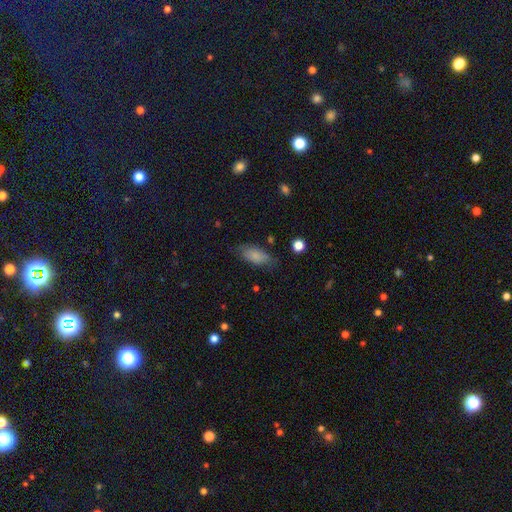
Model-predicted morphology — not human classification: Smooth or featured? Predicted: smooth (p=0.83). How rounded? Predicted: in between (p=0.85). Merging? Predicted: none (p=0.73).